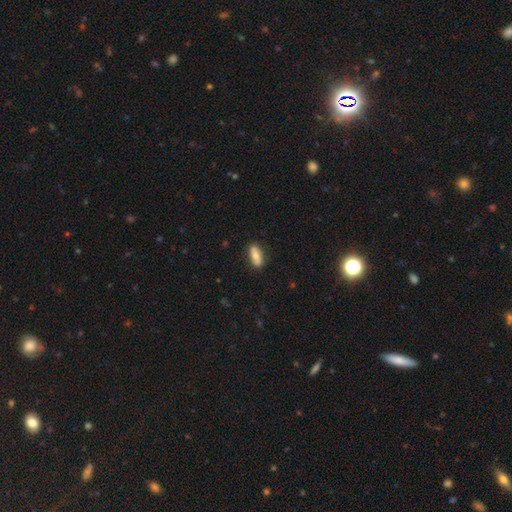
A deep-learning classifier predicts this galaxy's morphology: A smooth galaxy with no disk features (67%) that is in between round and cigar-shaped (80%). Merging: none (82%).